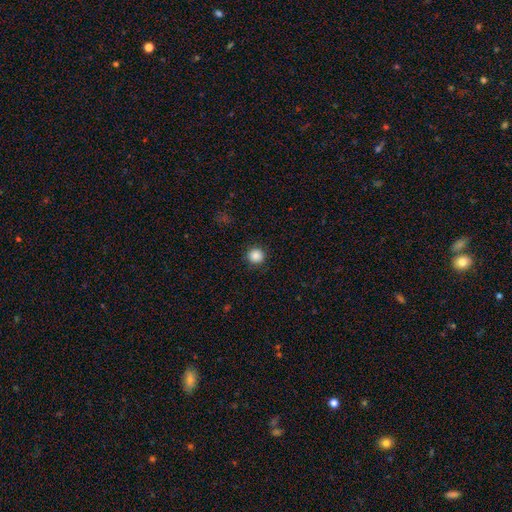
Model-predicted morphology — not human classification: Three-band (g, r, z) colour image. It shows a smooth galaxy with no disk features (87%) that is round (95%). Merging: none (92%).